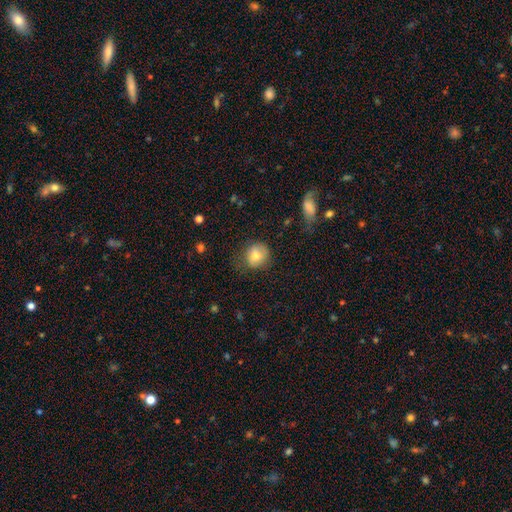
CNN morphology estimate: Overall: smooth (76%). How rounded: round (76%). Merging: none (67%).